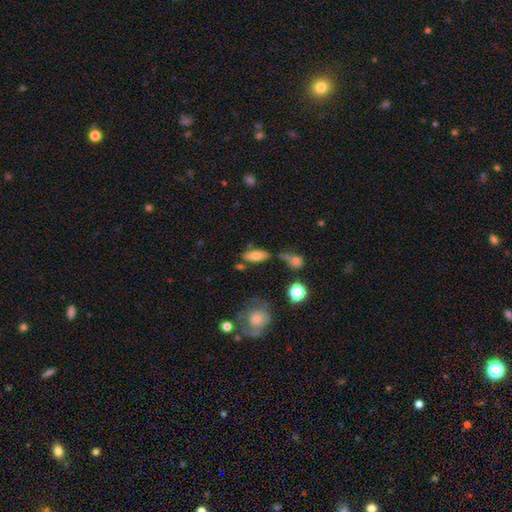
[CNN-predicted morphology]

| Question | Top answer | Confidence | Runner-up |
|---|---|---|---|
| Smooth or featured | smooth | 73% | featured or disk (17%) |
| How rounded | in between | 78% | cigar-shaped (18%) |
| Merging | none | 58% | minor disturbance (19%) |